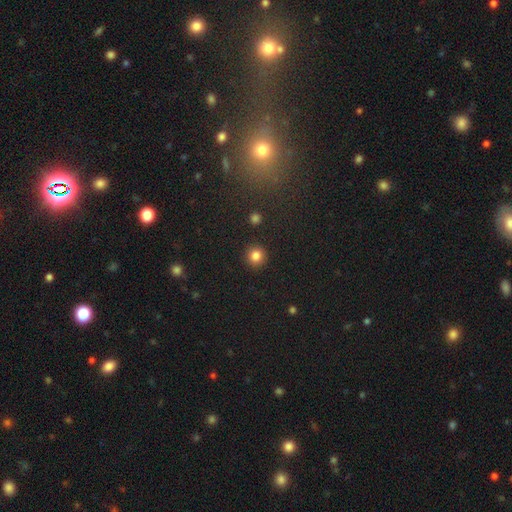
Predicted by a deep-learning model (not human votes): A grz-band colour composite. It shows a smooth galaxy with no disk features (83%) that is round (93%). Merging: none (92%).